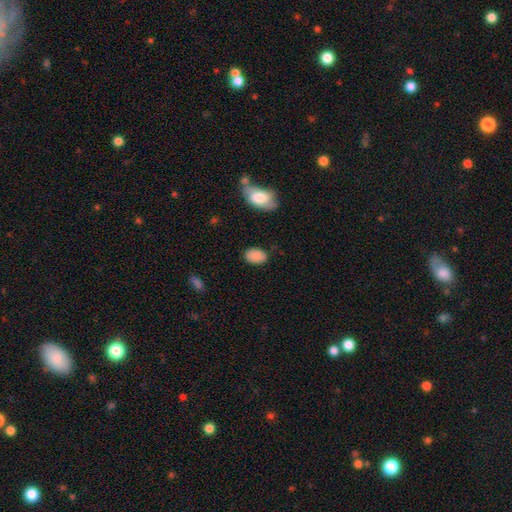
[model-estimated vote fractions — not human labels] Q: Smooth or featured?
A: smooth (86%); runner-up: star or artifact (8%)
Q: How rounded?
A: in between (86%); runner-up: round (12%)
Q: Merging?
A: none (79%); runner-up: minor disturbance (16%)